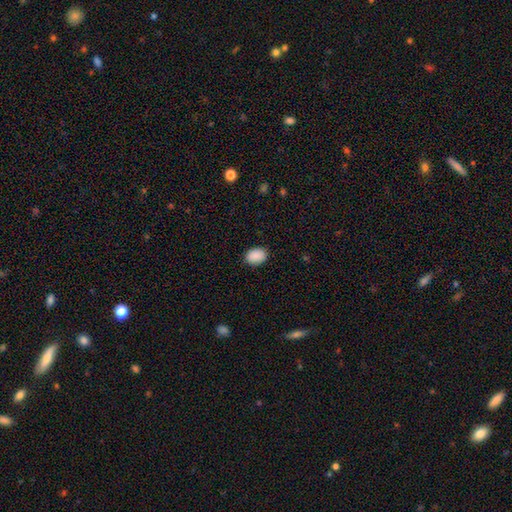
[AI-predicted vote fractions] Smooth or featured? smooth (90%)
How rounded? in between (72%)
Merging? none (88%)